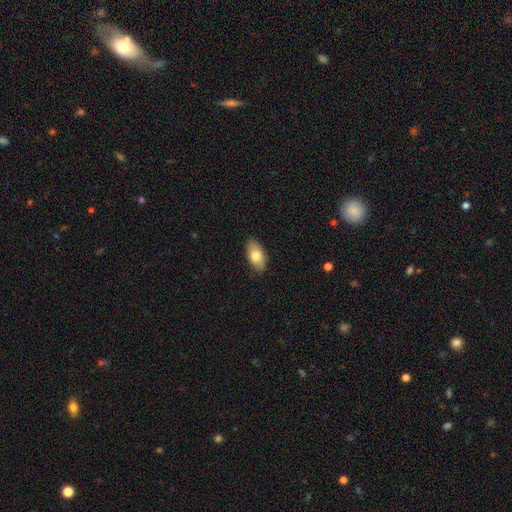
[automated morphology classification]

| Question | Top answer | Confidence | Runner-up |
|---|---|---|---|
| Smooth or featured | smooth | 79% | featured or disk (15%) |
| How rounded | in between | 92% | round (4%) |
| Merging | none | 86% | minor disturbance (11%) |